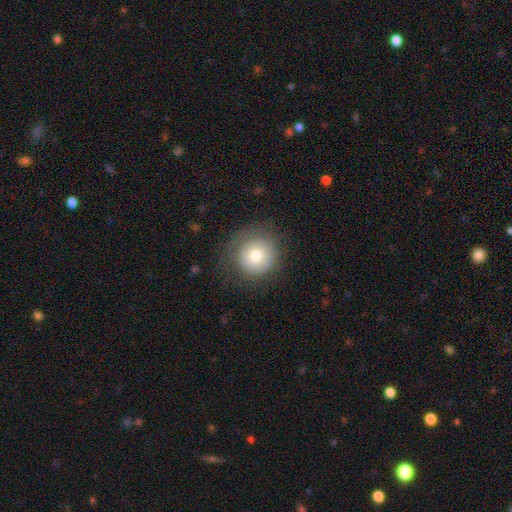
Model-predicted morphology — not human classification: Smooth or featured: smooth — 72% (featured or disk — 19%)
How rounded: round — 92% (in between — 7%)
Merging: none — 70% (minor disturbance — 18%)